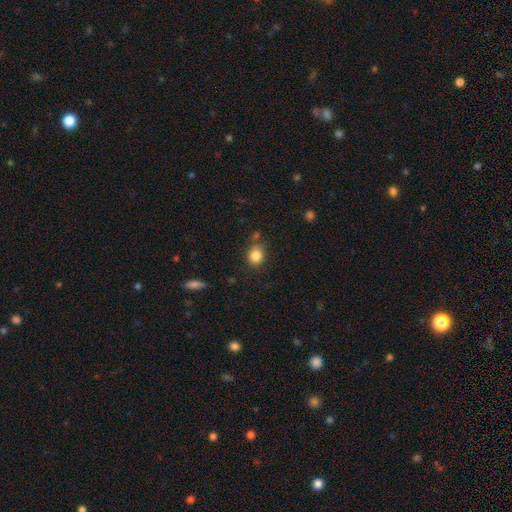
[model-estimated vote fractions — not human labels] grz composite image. It shows a smooth galaxy with no disk features (85%) that is round (60%). Merging: none (72%).